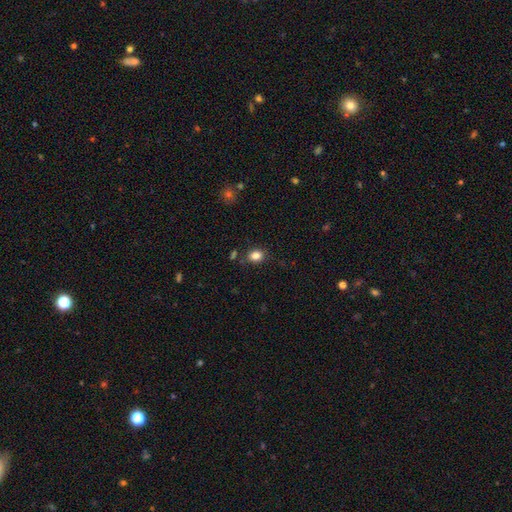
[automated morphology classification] type=smooth (84%); roundness=in between (55%); merging=none (79%).